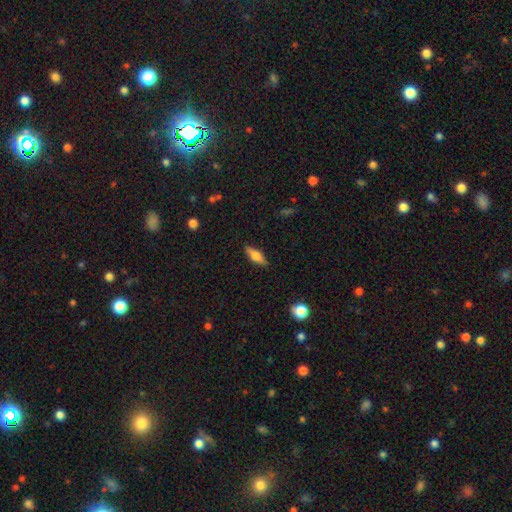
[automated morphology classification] Overall: smooth (62%; featured or disk 30%). How rounded: in between (56%; cigar-shaped 41%). Merging: none (86%).